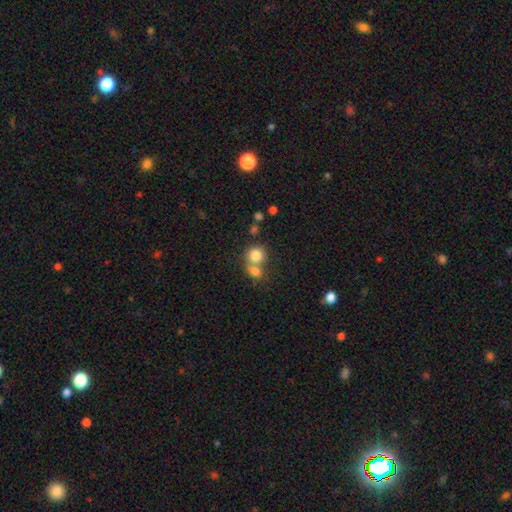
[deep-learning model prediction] This appears to be a smooth galaxy with no disk features (80%) that is round (84%). Merging: merger (48%).